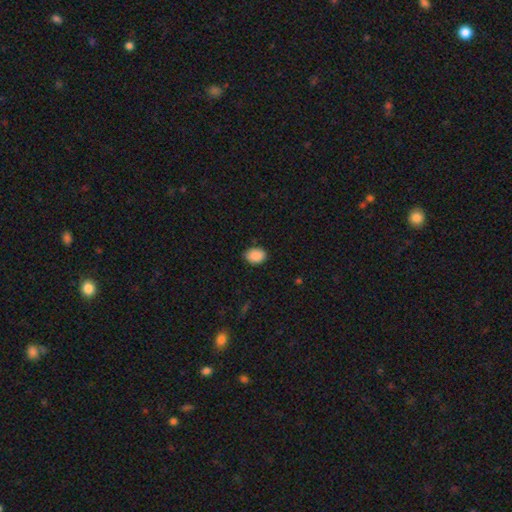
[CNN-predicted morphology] Smooth or featured: smooth — 89% (star or artifact — 8%)
How rounded: in between — 69% (round — 30%)
Merging: none — 85% (minor disturbance — 12%)